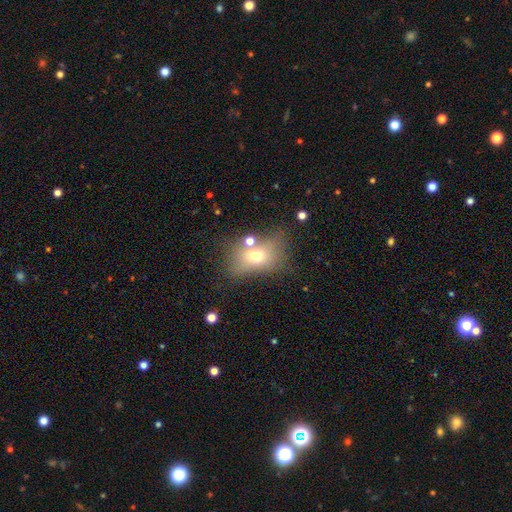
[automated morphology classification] Overall: smooth (63%; featured or disk 23%). How rounded: in between (72%). Merging: none (55%; minor disturbance 19%).